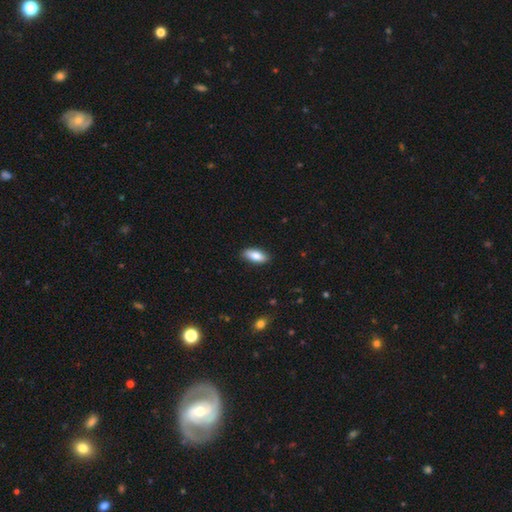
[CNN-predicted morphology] This appears to be a smooth galaxy with no disk features (84%) that is in between round and cigar-shaped (83%). Merging: none (89%).